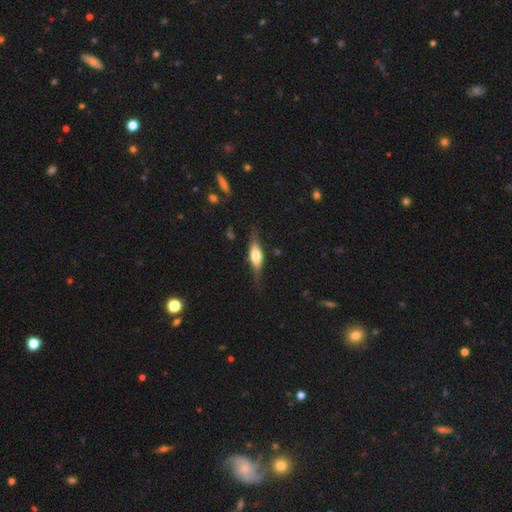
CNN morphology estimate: smooth_or_featured: featured or disk (p=0.50) [alt: smooth p=0.44]
merging: none (p=0.74) [alt: minor disturbance p=0.19]